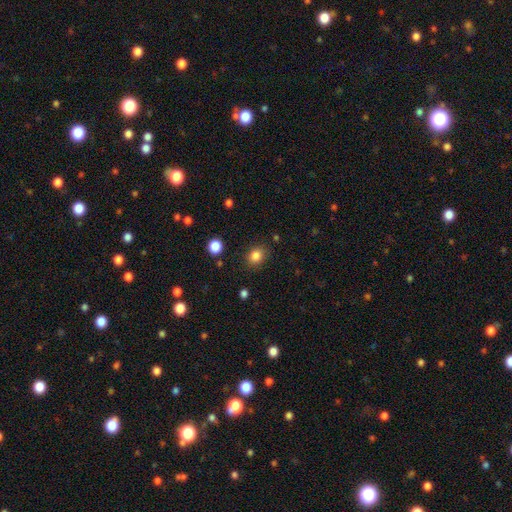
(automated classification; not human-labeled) smooth-or-featured: smooth: 84% | star or artifact: 12% | featured or disk: 5%
  how-rounded: round: 64% | in between: 35% | cigar-shaped: 1%
  merging: none: 85% | minor disturbance: 10% | major disturbance: 3% | merger: 2%